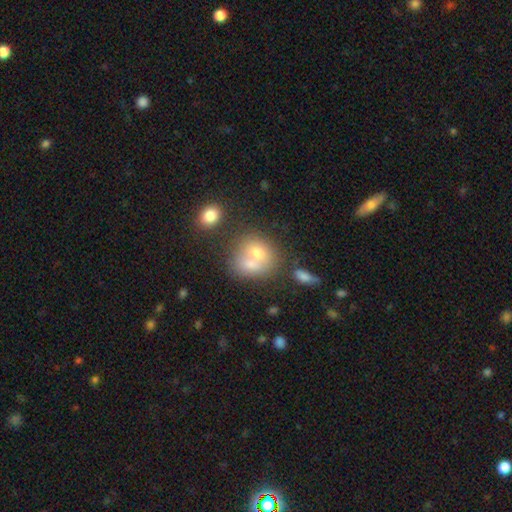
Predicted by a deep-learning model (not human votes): Overall: smooth (69%). How rounded: round (68%; in between 31%). Merging: merger (58%; none 28%).